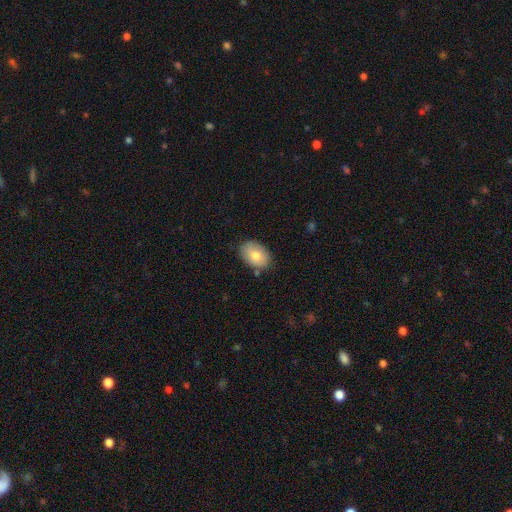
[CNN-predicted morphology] smooth-or-featured: smooth: 78% | featured or disk: 15% | star or artifact: 7%
  how-rounded: in between: 84% | round: 15% | cigar-shaped: 1%
  merging: none: 79% | minor disturbance: 16% | major disturbance: 3% | merger: 3%